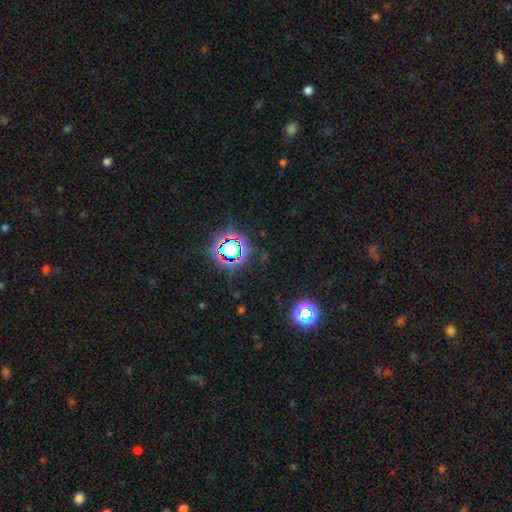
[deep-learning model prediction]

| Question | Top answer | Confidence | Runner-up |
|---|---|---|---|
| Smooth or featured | star or artifact | 78% | smooth (15%) |